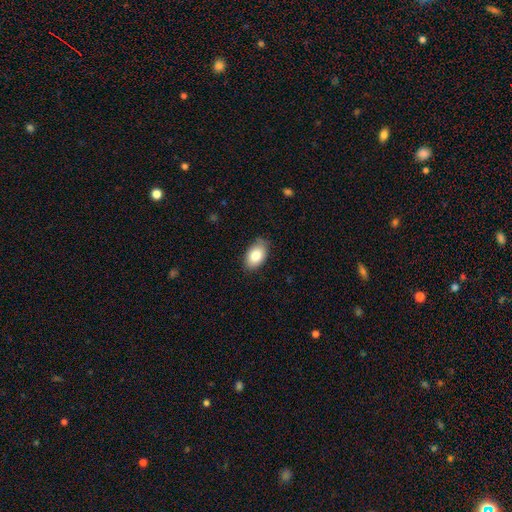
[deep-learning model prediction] Smooth or featured?
  - smooth: 82% *
  - featured or disk: 11%
  - star or artifact: 7%
How rounded?
  - in between: 91% *
  - round: 7%
  - cigar-shaped: 1%
Merging?
  - none: 81% *
  - minor disturbance: 15%
  - major disturbance: 2%
  - merger: 1%